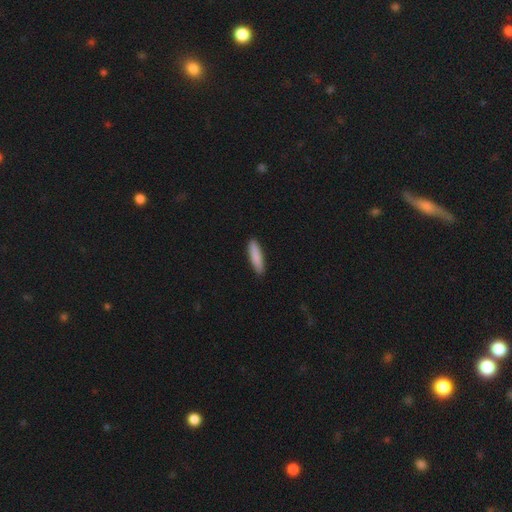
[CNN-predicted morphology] A smooth galaxy with no disk features (87%) that is cigar-shaped (76%). Merging: none (90%).